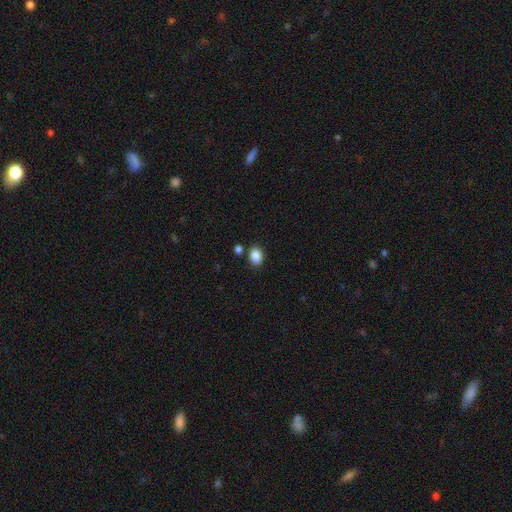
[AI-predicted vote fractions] A smooth galaxy with no disk features (87%) that is in between round and cigar-shaped (65%).

Vote fractions:
- Smooth or featured? smooth: 87% / star or artifact: 9% / featured or disk: 4%
- How rounded? in between: 65% / round: 34% / cigar-shaped: 1%
- Merging? none: 81% / minor disturbance: 10% / merger: 7% / major disturbance: 3%